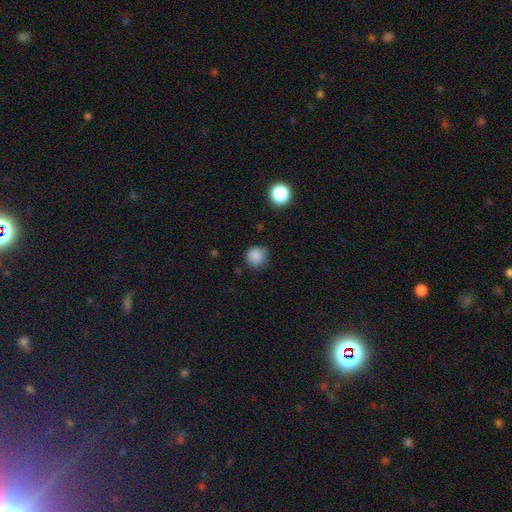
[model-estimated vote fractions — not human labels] Morphology: type=smooth (85%); roundness=round (88%); merging=none (76%).